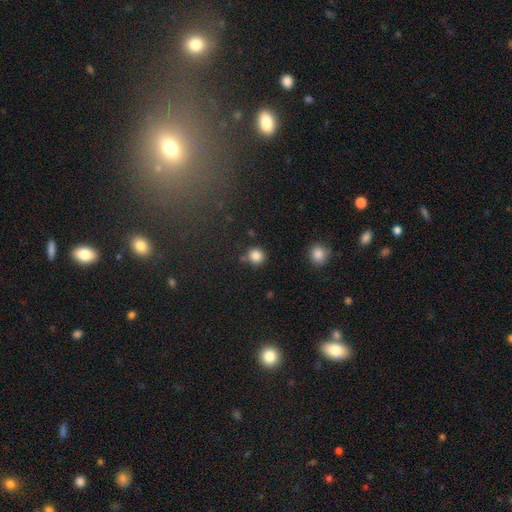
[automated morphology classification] Smooth or featured?
  - smooth: 85% *
  - star or artifact: 11%
  - featured or disk: 4%
How rounded?
  - round: 91% *
  - in between: 8%
  - cigar-shaped: 1%
Merging?
  - none: 77% *
  - minor disturbance: 12%
  - merger: 7%
  - major disturbance: 3%